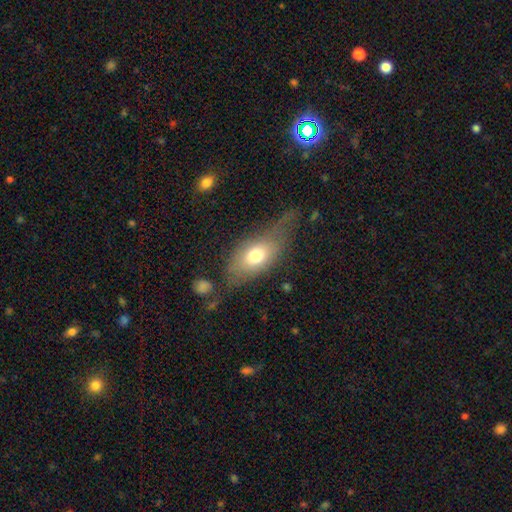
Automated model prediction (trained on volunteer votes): Morphology: type=smooth (64%); roundness=in between (80%); merging=none (43%).